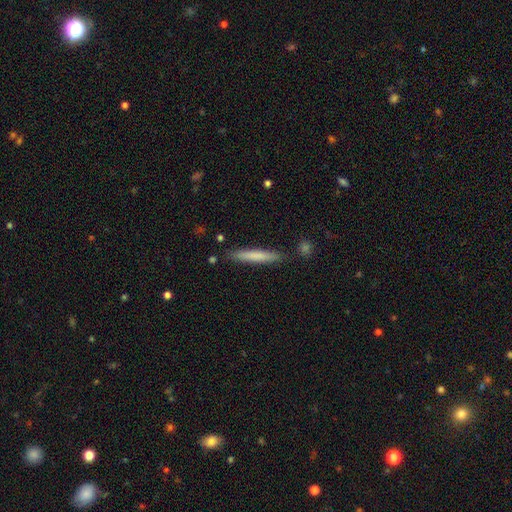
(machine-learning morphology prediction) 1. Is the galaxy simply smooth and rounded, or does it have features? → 73% smooth, 22% featured or disk, 5% star or artifact.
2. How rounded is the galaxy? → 95% cigar-shaped, 3% in between, 1% round.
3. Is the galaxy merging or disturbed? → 88% none, 9% minor disturbance, 2% merger, 2% major disturbance.